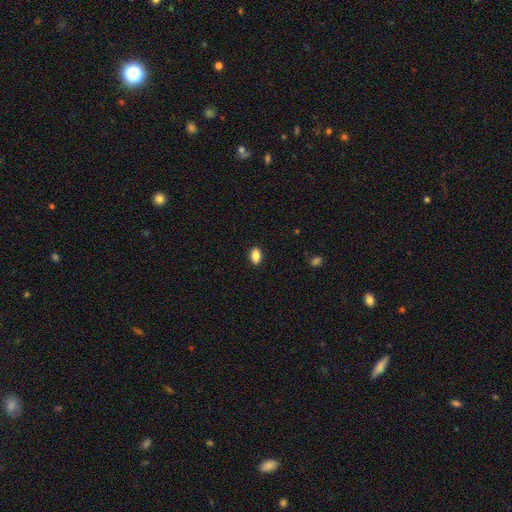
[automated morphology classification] This appears to be a smooth galaxy with no disk features (86%) that is in between round and cigar-shaped (87%). Merging: none (89%).